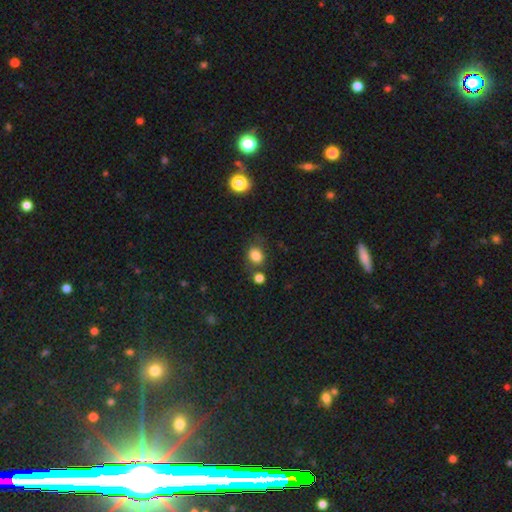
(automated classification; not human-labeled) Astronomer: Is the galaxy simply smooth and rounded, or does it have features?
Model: smooth — 82%.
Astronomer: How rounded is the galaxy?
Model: round — 57% (runner-up: in between, 42%).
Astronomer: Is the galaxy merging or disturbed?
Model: none — 66%.